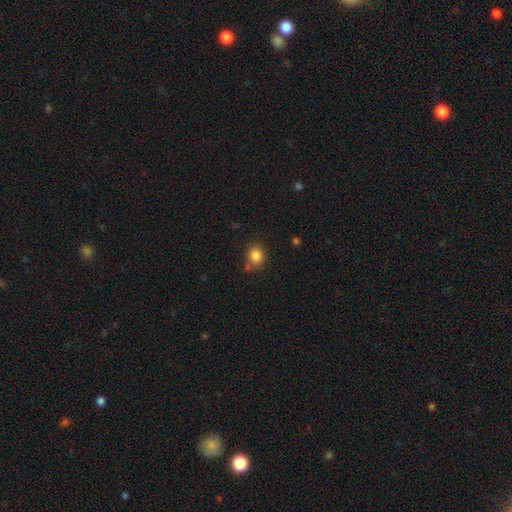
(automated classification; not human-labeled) This appears to be a smooth galaxy with no disk features (85%) that is round (65%). Merging: none (74%).